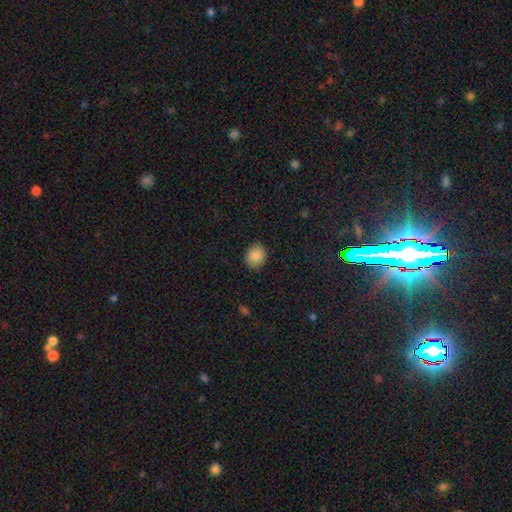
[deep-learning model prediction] Smooth or featured? smooth (88%)
How rounded? round (66%)
Merging? none (88%)